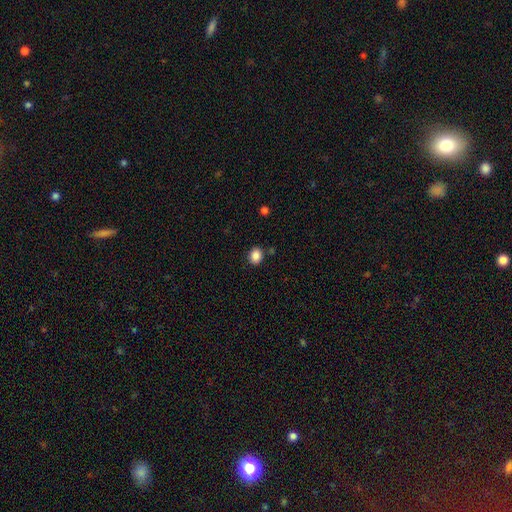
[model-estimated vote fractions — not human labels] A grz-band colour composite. It shows a smooth galaxy with no disk features (87%) that is round (64%). Merging: none (85%).